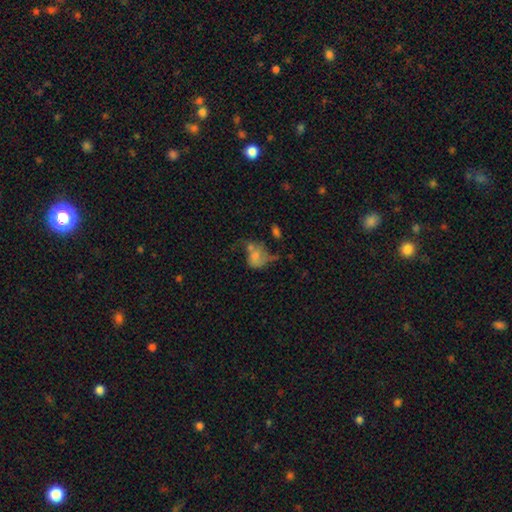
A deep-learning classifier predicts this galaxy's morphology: This appears to be a smooth galaxy with no disk features (56%) that is in between round and cigar-shaped (59%). Merging: major disturbance (30%).